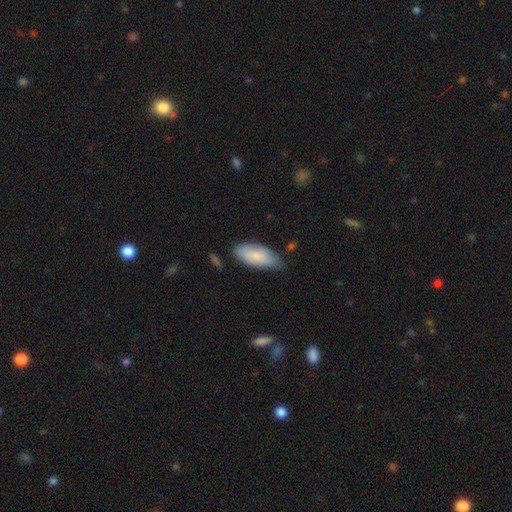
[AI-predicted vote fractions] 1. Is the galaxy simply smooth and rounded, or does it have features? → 85% smooth, 10% featured or disk, 6% star or artifact.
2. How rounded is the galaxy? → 84% in between, 14% cigar-shaped, 2% round.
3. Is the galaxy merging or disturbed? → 71% none, 23% minor disturbance, 4% major disturbance, 2% merger.